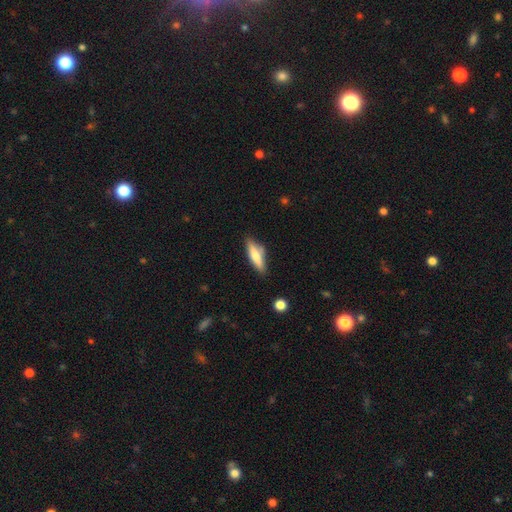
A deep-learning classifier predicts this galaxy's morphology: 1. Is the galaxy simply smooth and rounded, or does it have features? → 61% smooth, 33% featured or disk, 6% star or artifact.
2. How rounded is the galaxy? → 65% cigar-shaped, 33% in between, 2% round.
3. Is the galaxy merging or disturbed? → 76% none, 16% minor disturbance, 5% merger, 4% major disturbance.